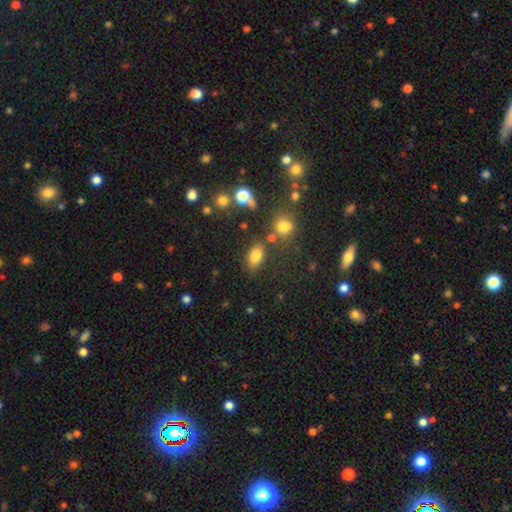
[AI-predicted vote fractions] Smooth or featured?
  - smooth: 79% *
  - star or artifact: 13%
  - featured or disk: 8%
How rounded?
  - in between: 86% *
  - round: 11%
  - cigar-shaped: 3%
Merging?
  - none: 74% *
  - minor disturbance: 12%
  - merger: 9%
  - major disturbance: 5%